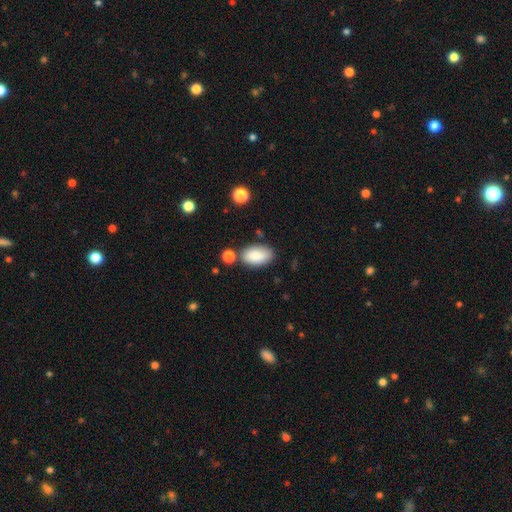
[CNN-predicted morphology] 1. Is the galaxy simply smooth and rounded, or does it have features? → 87% smooth, 7% star or artifact, 6% featured or disk.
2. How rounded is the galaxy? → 94% in between, 4% round, 2% cigar-shaped.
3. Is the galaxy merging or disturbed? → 72% none, 15% minor disturbance, 8% merger, 4% major disturbance.